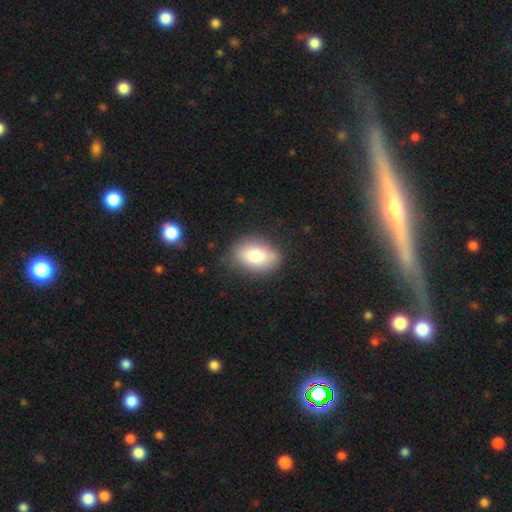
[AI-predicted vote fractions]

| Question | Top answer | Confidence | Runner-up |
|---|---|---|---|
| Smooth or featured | smooth | 79% | featured or disk (13%) |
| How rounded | in between | 84% | round (15%) |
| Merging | none | 79% | minor disturbance (15%) |